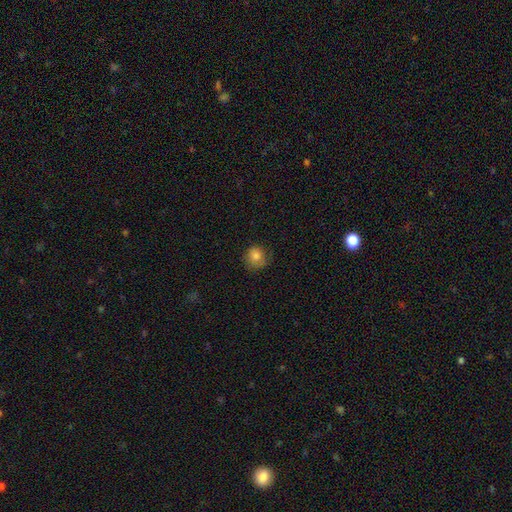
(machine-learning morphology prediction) A smooth galaxy with no disk features (81%) that is round (87%). Merging: none (72%).